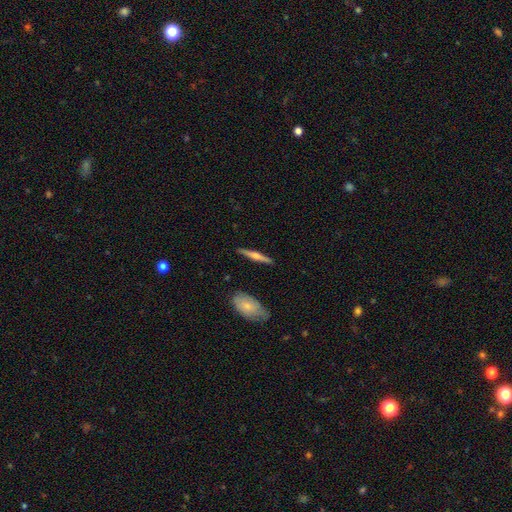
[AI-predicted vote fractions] This appears to be a featured or disk galaxy (61%) viewed edge-on (97%) with a rounded central bulge (86%). Merging: none (89%).